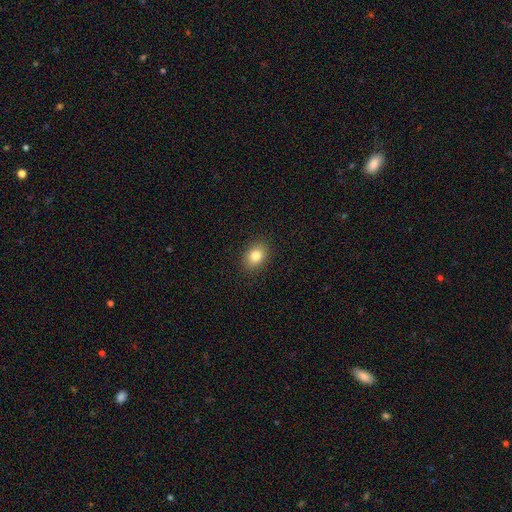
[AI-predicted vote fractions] This is clearly a smooth galaxy (82%). How rounded: likely in between (62%). Merging: clearly none (89%).